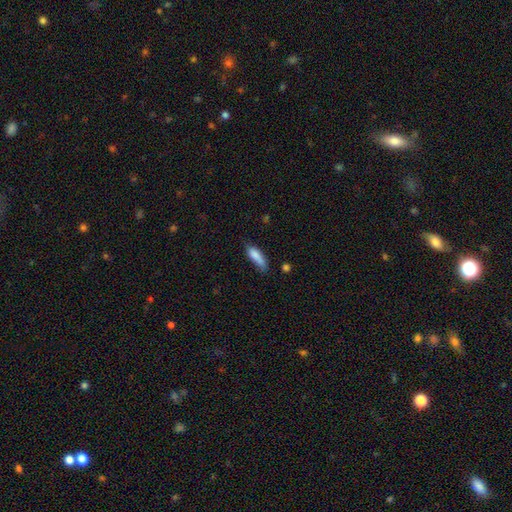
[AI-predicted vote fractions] Smooth or featured?
  - smooth: 83% *
  - featured or disk: 9%
  - star or artifact: 8%
How rounded?
  - cigar-shaped: 50% *
  - in between: 48%
  - round: 2%
Merging?
  - none: 48% *
  - minor disturbance: 36%
  - major disturbance: 12%
  - merger: 5%